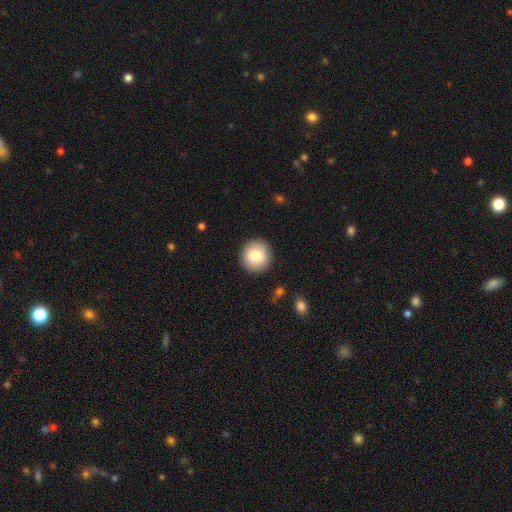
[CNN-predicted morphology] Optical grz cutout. It shows a smooth galaxy with no disk features (83%) that is round (92%). Merging: none (90%).